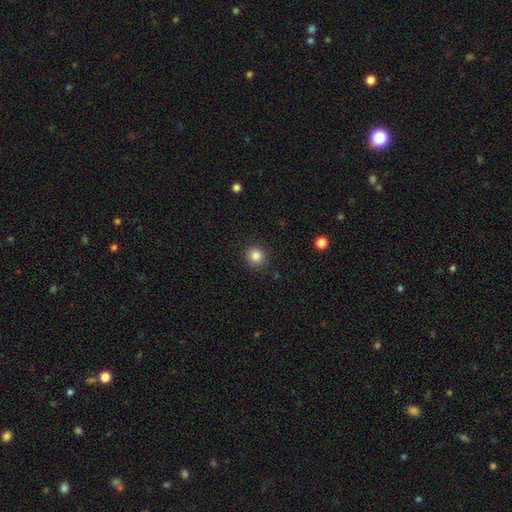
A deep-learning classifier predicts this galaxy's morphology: smooth-or-featured: smooth: 85% | star or artifact: 11% | featured or disk: 4%
  how-rounded: round: 90% | in between: 9% | cigar-shaped: 1%
  merging: none: 89% | minor disturbance: 8% | major disturbance: 2% | merger: 1%